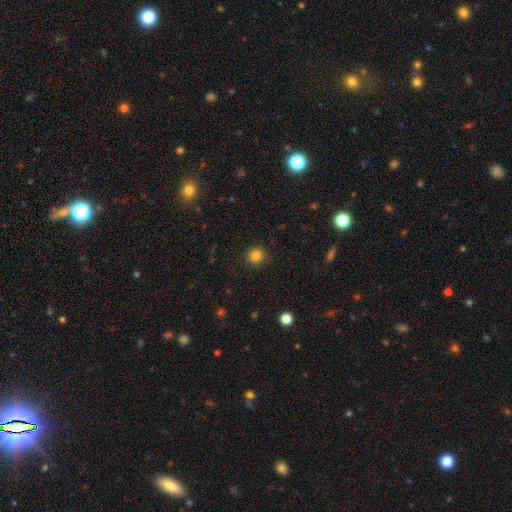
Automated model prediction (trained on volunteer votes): Overall: smooth (83%). How rounded: round (91%). Merging: none (88%).